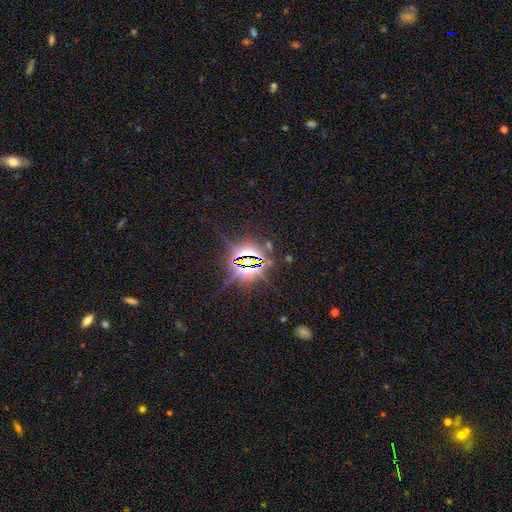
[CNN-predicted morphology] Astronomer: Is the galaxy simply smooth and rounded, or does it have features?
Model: star or artifact — 85%.